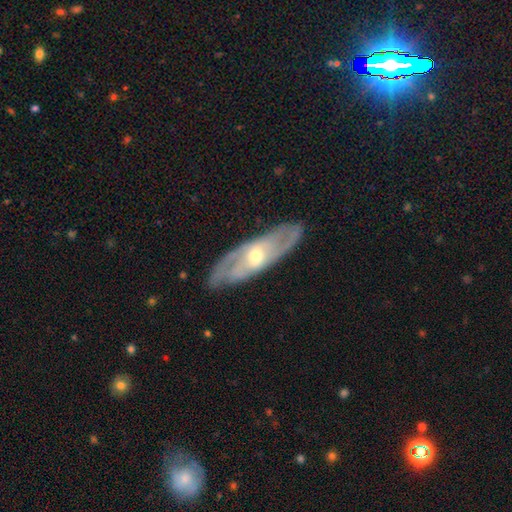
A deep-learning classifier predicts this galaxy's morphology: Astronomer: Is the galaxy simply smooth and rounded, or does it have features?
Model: featured or disk — 75%.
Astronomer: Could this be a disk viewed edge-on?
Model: no — 76%.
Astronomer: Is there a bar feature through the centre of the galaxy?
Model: no — 53% (runner-up: weak, 36%).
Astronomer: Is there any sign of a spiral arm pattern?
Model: yes — 80%.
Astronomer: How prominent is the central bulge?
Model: moderate — 63%.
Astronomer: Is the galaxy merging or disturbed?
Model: none — 82%.